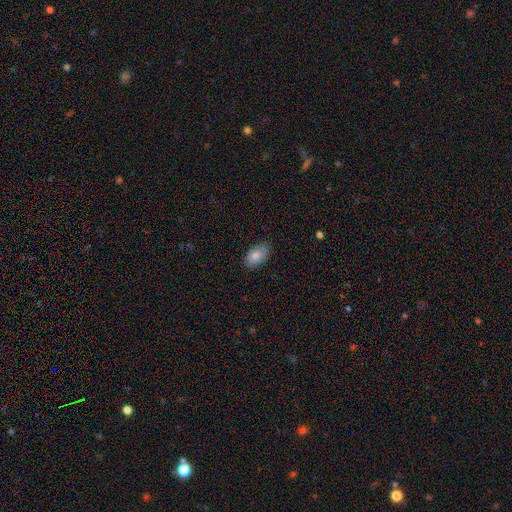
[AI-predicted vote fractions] The model was most divided on "merging": none: 82%, minor disturbance: 15%, major disturbance: 3%, merger: 1%. More confident: how rounded — in between (92%); smooth or featured — smooth (81%).